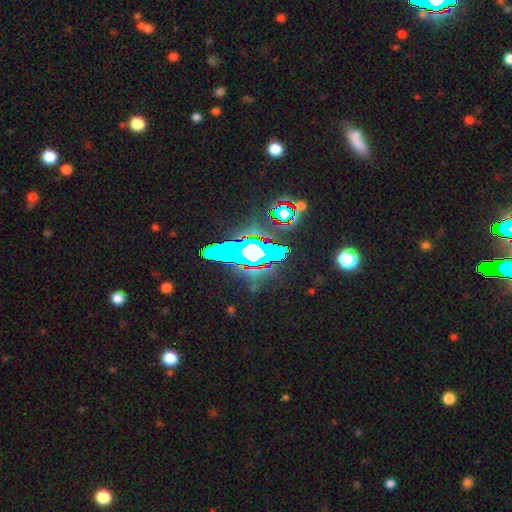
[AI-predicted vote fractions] This is likely a star or artifact rather than a galaxy (62%).